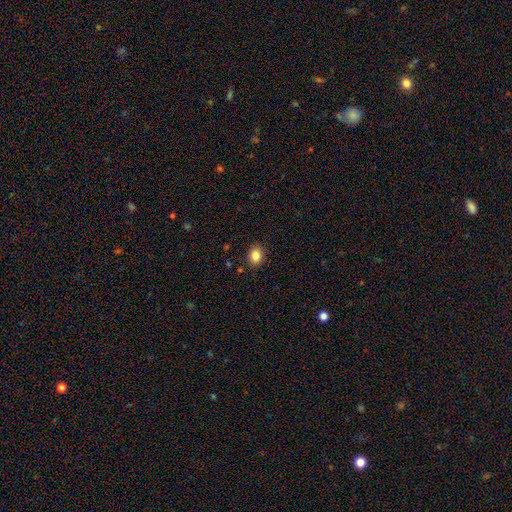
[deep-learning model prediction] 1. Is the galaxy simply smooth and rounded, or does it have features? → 84% smooth, 10% star or artifact, 5% featured or disk.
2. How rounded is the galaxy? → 53% round, 46% in between, 1% cigar-shaped.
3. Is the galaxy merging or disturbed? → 89% none, 8% minor disturbance, 2% major disturbance, 1% merger.